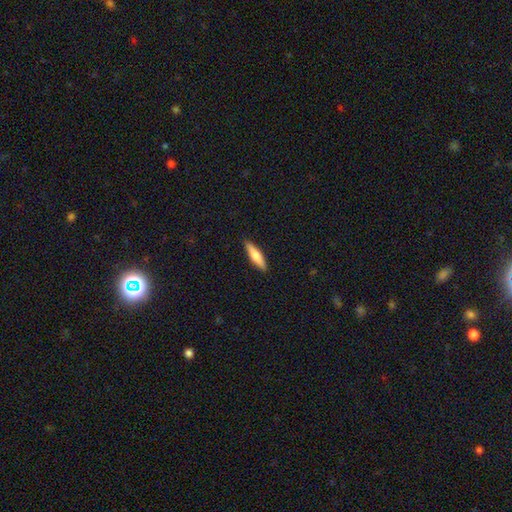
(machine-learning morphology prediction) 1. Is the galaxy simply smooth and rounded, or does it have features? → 68% smooth, 27% featured or disk, 5% star or artifact.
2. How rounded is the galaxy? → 74% cigar-shaped, 24% in between, 2% round.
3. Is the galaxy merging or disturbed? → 90% none, 8% minor disturbance, 2% major disturbance, 1% merger.